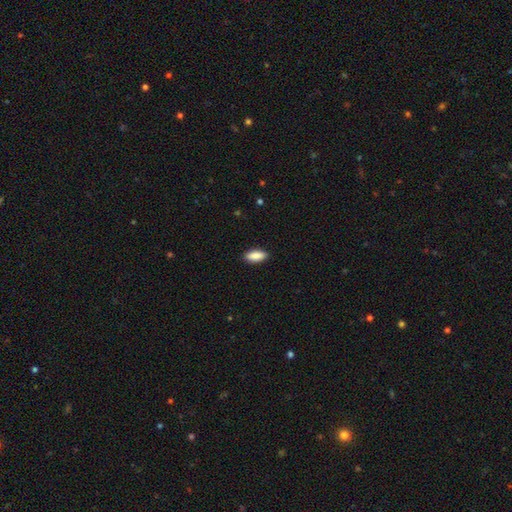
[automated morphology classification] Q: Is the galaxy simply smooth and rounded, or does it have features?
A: smooth — 88%.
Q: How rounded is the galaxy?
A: in between — 79%.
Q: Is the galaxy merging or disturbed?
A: none — 89%.